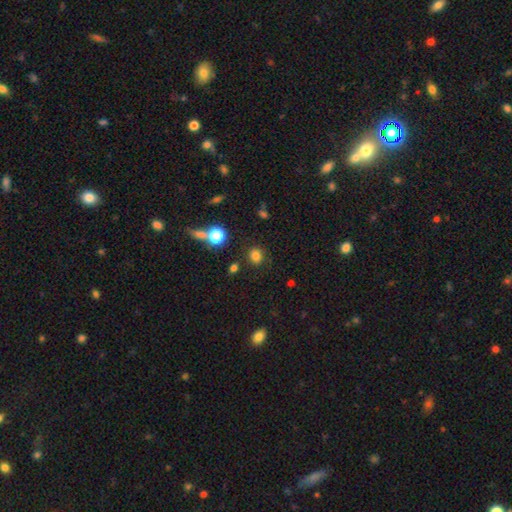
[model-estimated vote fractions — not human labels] This appears to be a smooth galaxy with no disk features (77%) that is round (61%). Merging: none (81%).